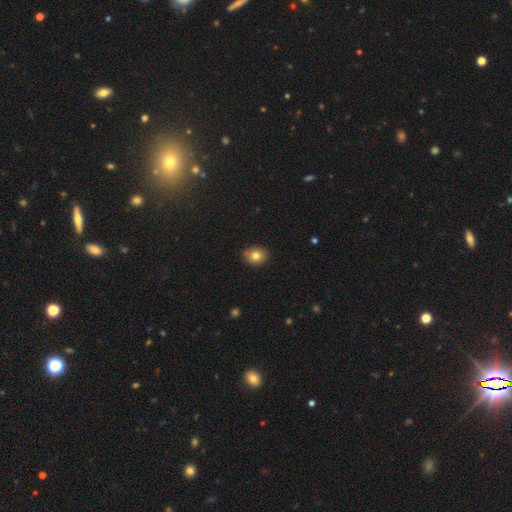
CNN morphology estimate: The model was most divided on "how rounded": in between: 51%, round: 48%, cigar-shaped: 1%. More confident: merging — none (84%); smooth or featured — smooth (79%).